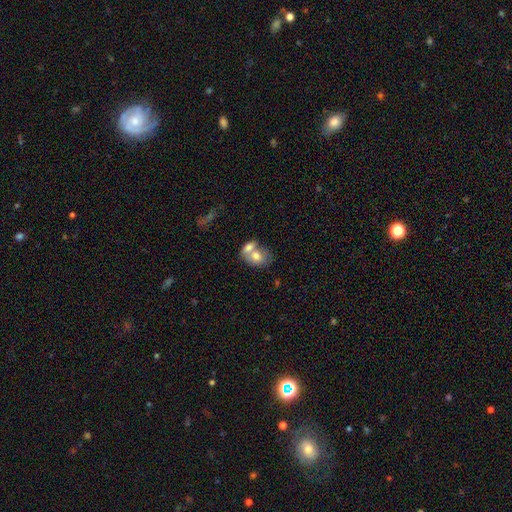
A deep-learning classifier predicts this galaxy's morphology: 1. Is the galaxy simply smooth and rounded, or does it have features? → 70% smooth, 23% featured or disk, 7% star or artifact.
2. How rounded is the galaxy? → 64% in between, 35% round, 1% cigar-shaped.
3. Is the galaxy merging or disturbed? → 68% merger, 21% none, 8% minor disturbance, 4% major disturbance.